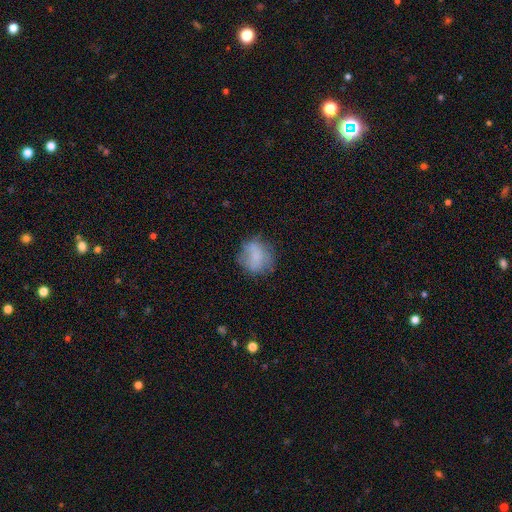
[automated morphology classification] This is likely a smooth galaxy (71%). How rounded: likely round (72%). Merging: likely none (61%).